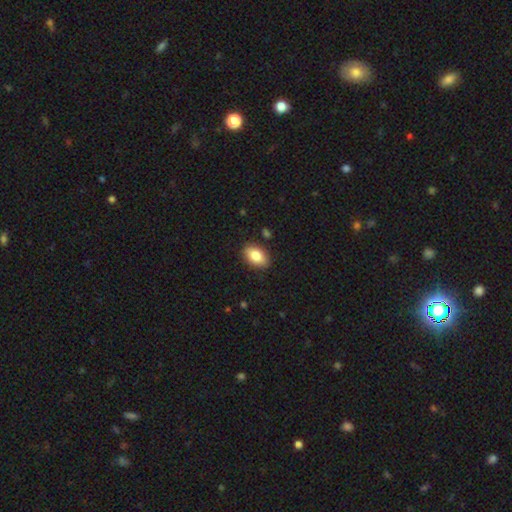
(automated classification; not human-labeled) Smooth or featured? Predicted: smooth (p=0.84). How rounded? Predicted: in between (p=0.89). Merging? Predicted: none (p=0.87).